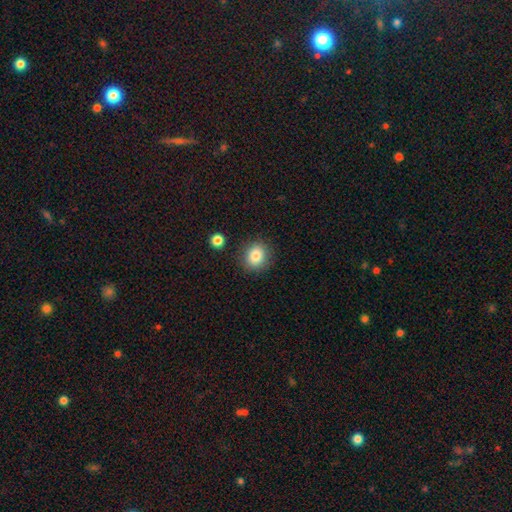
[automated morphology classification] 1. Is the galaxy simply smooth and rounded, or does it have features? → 83% smooth, 10% star or artifact, 8% featured or disk.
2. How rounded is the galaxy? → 76% round, 23% in between, 1% cigar-shaped.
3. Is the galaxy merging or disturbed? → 86% none, 8% minor disturbance, 3% merger, 3% major disturbance.